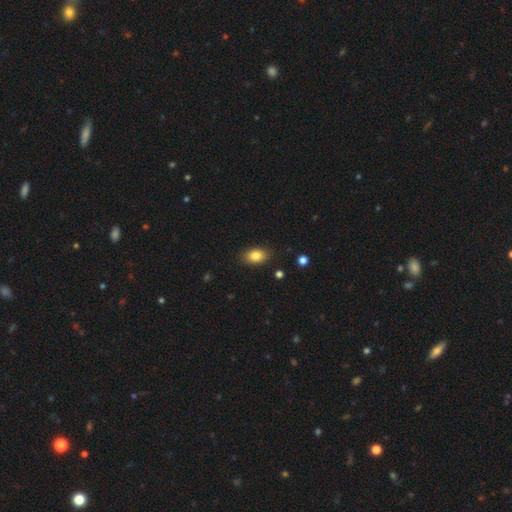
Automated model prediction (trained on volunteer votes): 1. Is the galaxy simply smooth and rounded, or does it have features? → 84% smooth, 9% star or artifact, 8% featured or disk.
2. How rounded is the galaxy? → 84% in between, 14% round, 2% cigar-shaped.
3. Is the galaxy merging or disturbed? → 86% none, 10% minor disturbance, 2% major disturbance, 1% merger.